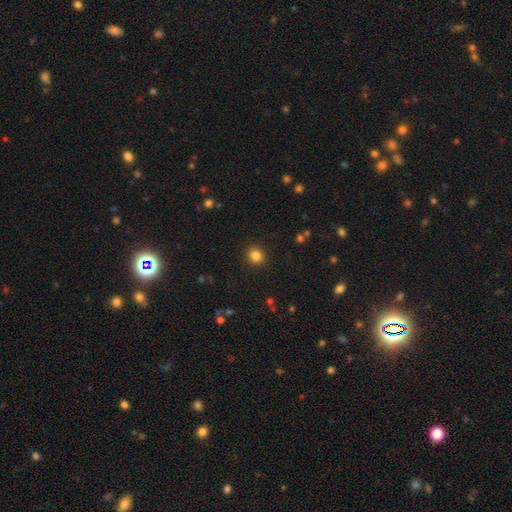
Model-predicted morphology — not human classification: smooth-or-featured: smooth: 84% | star or artifact: 12% | featured or disk: 5%
  how-rounded: round: 88% | in between: 11% | cigar-shaped: 1%
  merging: none: 92% | minor disturbance: 5% | major disturbance: 2% | merger: 1%